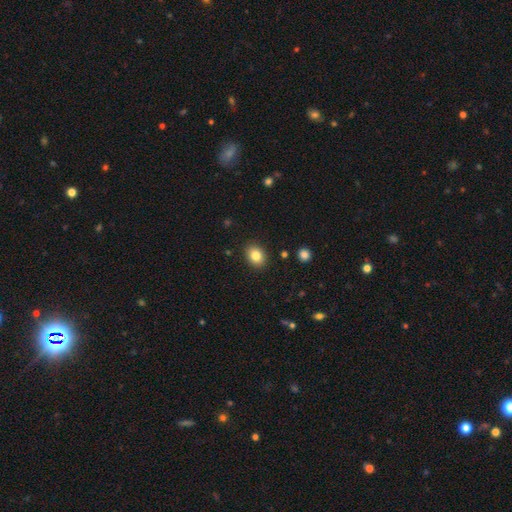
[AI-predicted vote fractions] Smooth or featured? smooth (84%)
How rounded? in between (55%)
Merging? none (89%)